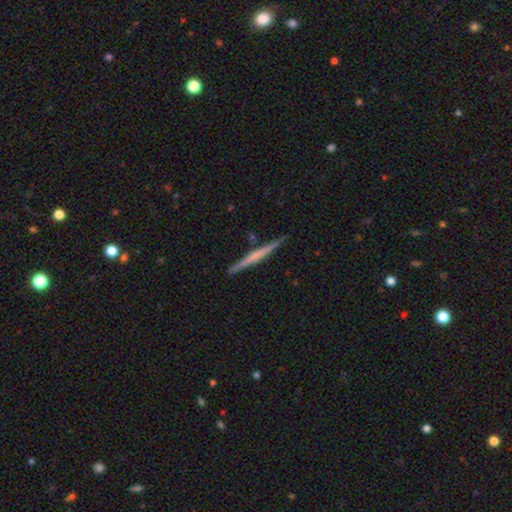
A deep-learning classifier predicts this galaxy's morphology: type=featured or disk (57%); edge-on=yes (98%); edge-on bulge=none (64%); merging=none (89%).